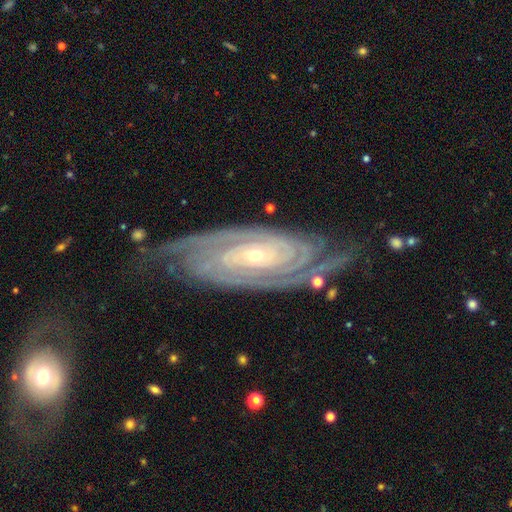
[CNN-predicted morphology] A featured or disk galaxy (91%) with no bar (56%), 2 (33%) tight (78%) spiral arms (98%) and a small central bulge (73%). Merging: none (71%).